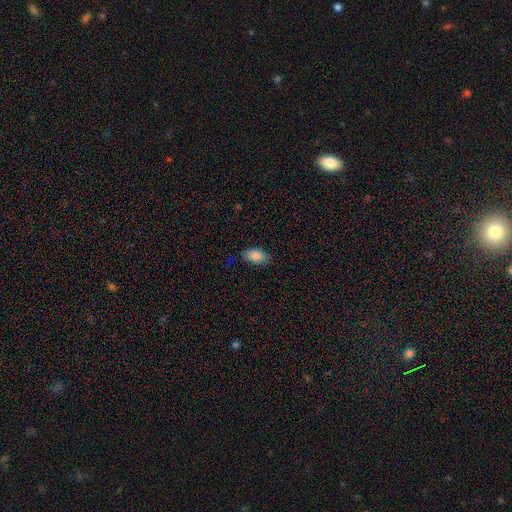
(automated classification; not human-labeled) smooth_or_featured: smooth (p=0.86) [alt: featured or disk p=0.07]
how_rounded: in between (p=0.92) [alt: round p=0.05]
merging: none (p=0.76) [alt: minor disturbance p=0.19]